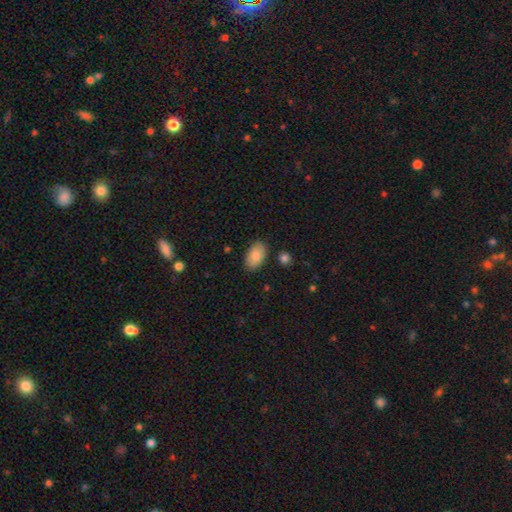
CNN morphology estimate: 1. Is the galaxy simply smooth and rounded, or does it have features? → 86% smooth, 7% featured or disk, 6% star or artifact.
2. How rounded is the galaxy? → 94% in between, 4% round, 1% cigar-shaped.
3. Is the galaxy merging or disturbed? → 86% none, 10% minor disturbance, 2% major disturbance, 2% merger.